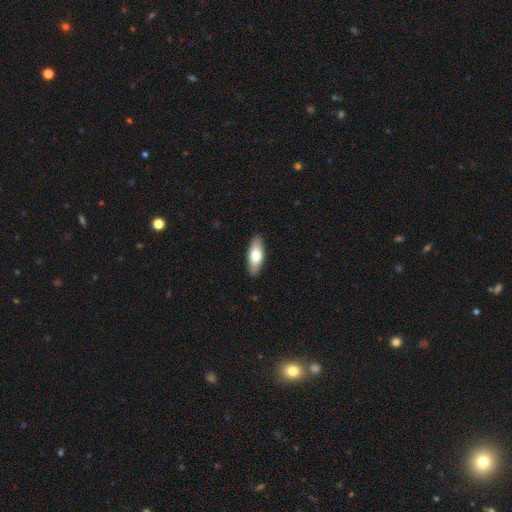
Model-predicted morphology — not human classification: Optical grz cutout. It shows a smooth galaxy with no disk features (72%) that is in between round and cigar-shaped (73%). Merging: none (89%).